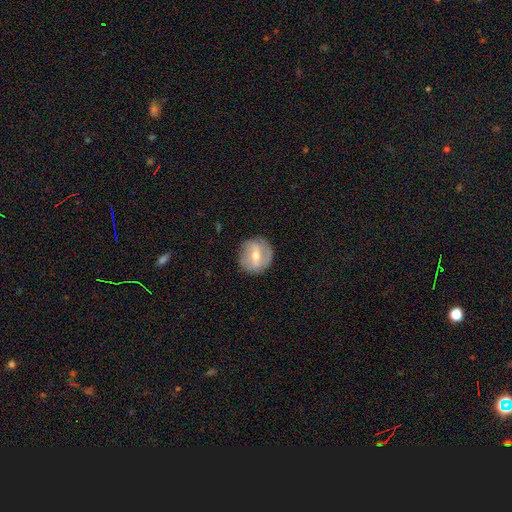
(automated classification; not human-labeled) smooth-or-featured: featured or disk: 62% | smooth: 30% | star or artifact: 8%
  disk-edge-on: no: 94% | yes: 6%
    bar: weak: 43% | strong: 36% | no: 21%
    has-spiral-arms: yes: 68% | no: 32%
    bulge-size: moderate: 61% | small: 35% | large: 2% | none: 1% | dominant: 1%
  merging: none: 82% | minor disturbance: 13% | major disturbance: 4% | merger: 1%